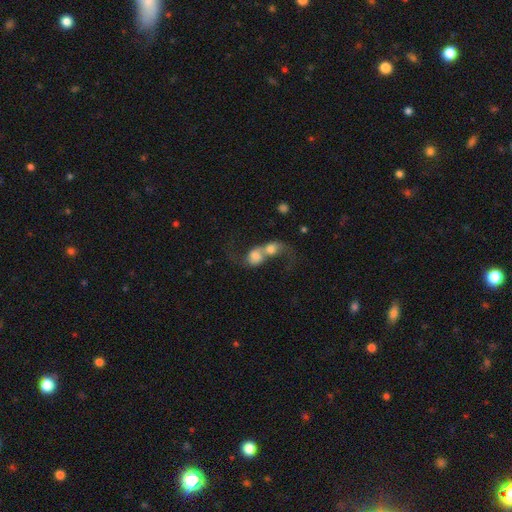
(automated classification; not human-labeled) smooth_or_featured: smooth (p=0.57) [alt: featured or disk p=0.33]
how_rounded: round (p=0.54) [alt: in between p=0.44]
merging: merger (p=0.83) [alt: major disturbance p=0.07]